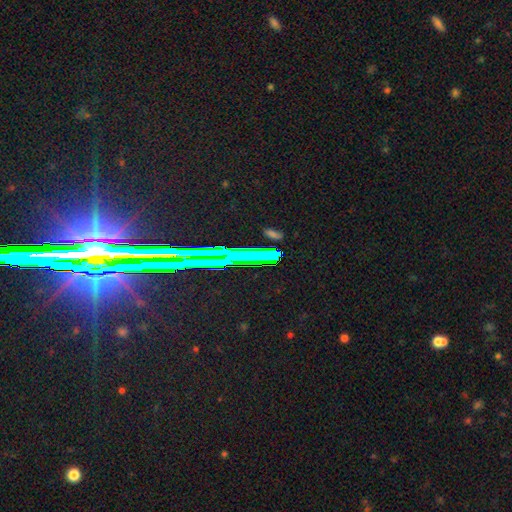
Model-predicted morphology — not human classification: The model was most divided on "smooth or featured": star or artifact: 55%, smooth: 29%, featured or disk: 16%.